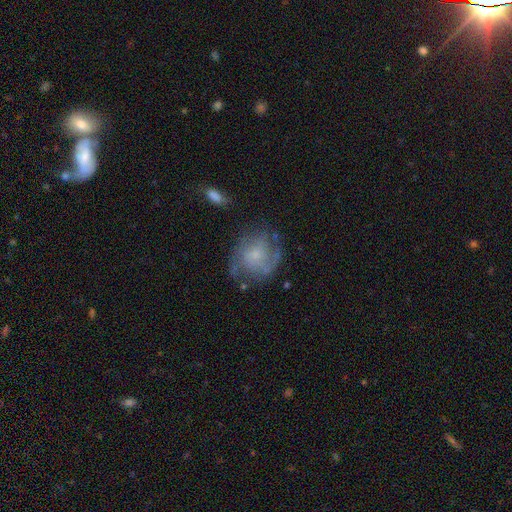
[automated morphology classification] Smooth or featured? featured or disk (67%)
Edge-on disk? no (98%)
Bar? no (72%)
Spiral arms? yes (84%)
Spiral winding? medium (43%)
Spiral arm count? 2 (42%)
Bulge size? small (61%)
Merging? none (61%)